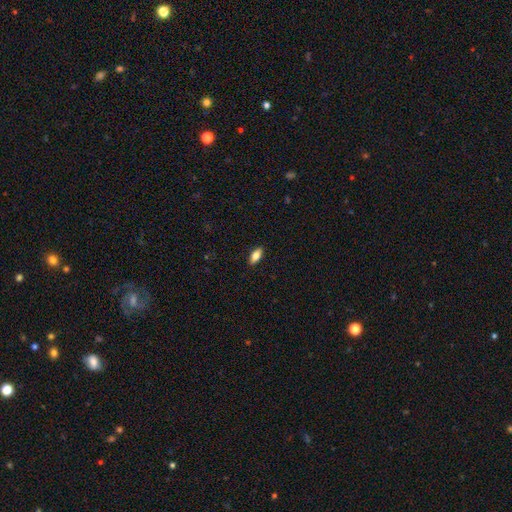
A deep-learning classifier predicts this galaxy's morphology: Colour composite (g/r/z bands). It shows a smooth galaxy with no disk features (78%) that is in between round and cigar-shaped (83%). Merging: none (89%).